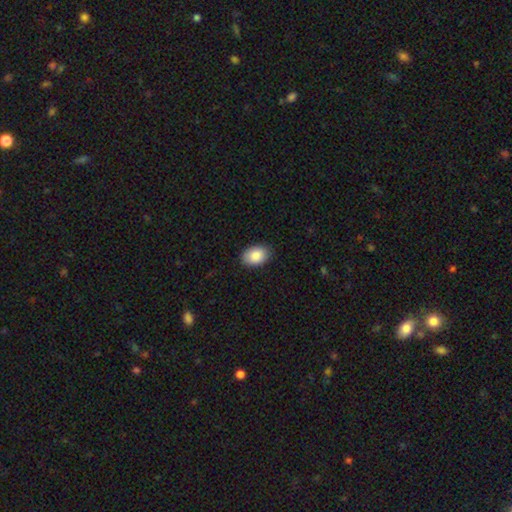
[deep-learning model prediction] This is clearly a smooth galaxy (88%). How rounded: clearly in between (86%). Merging: clearly none (87%).